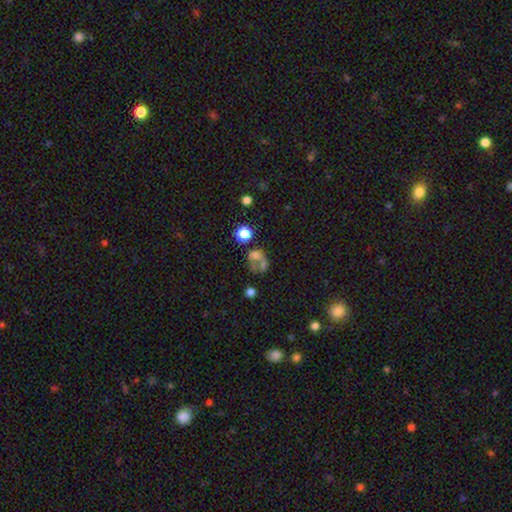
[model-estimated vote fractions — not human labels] Smooth or featured? smooth (51%)
How rounded? round (55%)
Merging? merger (42%)